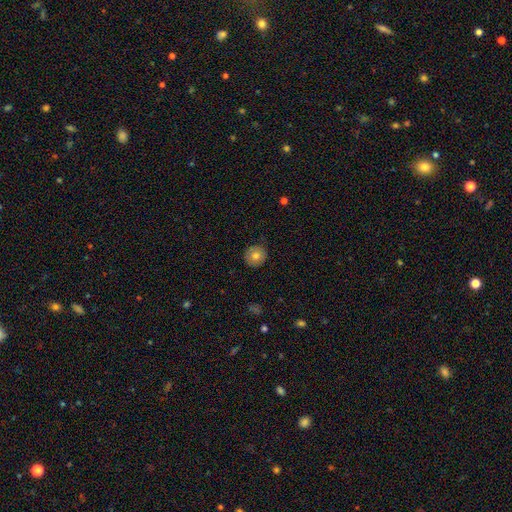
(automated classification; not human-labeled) Smooth or featured? Predicted: smooth (p=0.74). How rounded? Predicted: round (p=0.90). Merging? Predicted: none (p=0.87).